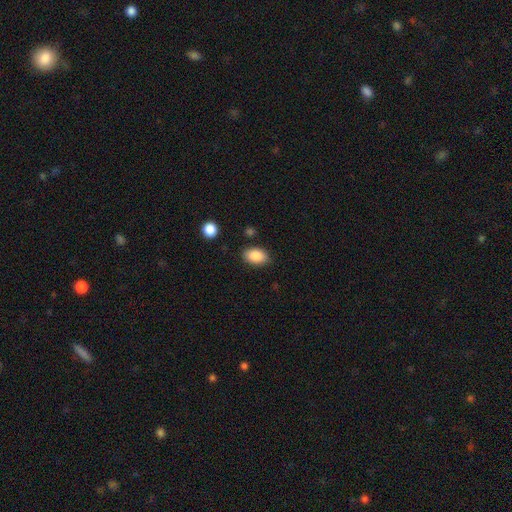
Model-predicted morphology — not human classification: Q: Smooth or featured?
A: smooth (88%); runner-up: star or artifact (7%)
Q: How rounded?
A: in between (89%); runner-up: round (10%)
Q: Merging?
A: none (83%); runner-up: minor disturbance (12%)